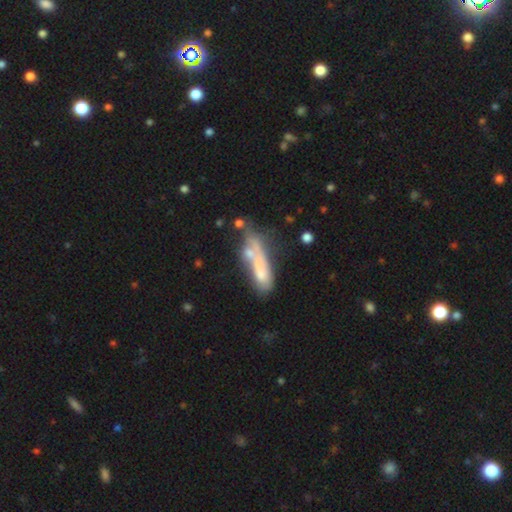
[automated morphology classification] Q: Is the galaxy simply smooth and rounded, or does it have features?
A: smooth — 51%.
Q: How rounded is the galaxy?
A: cigar-shaped — 66%.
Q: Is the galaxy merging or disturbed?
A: none — 34%.